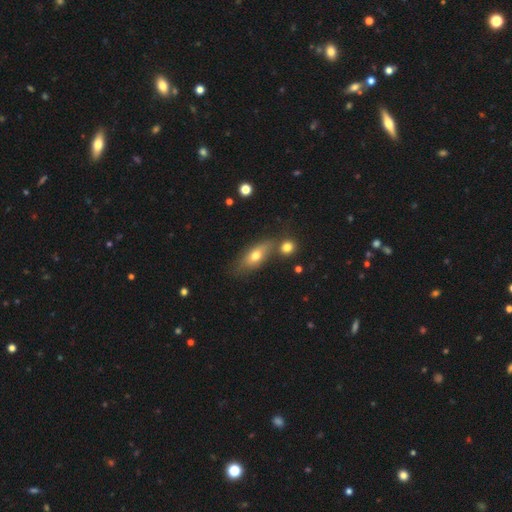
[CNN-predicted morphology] The model was most divided on "merging": none: 57%, merger: 21%, minor disturbance: 16%, major disturbance: 6%. More confident: how rounded — in between (73%); smooth or featured — smooth (66%).